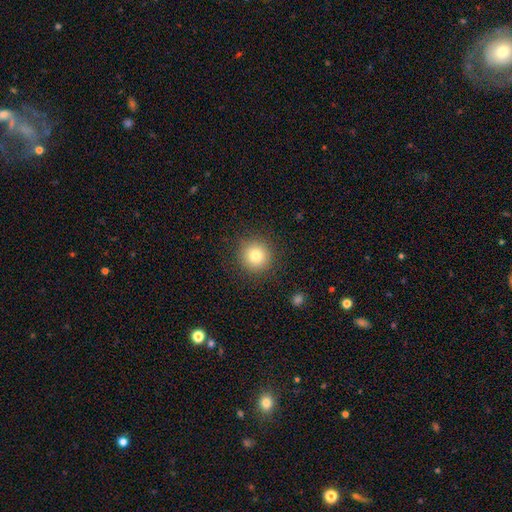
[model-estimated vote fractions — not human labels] Overall: smooth (80%). How rounded: round (94%). Merging: none (90%).